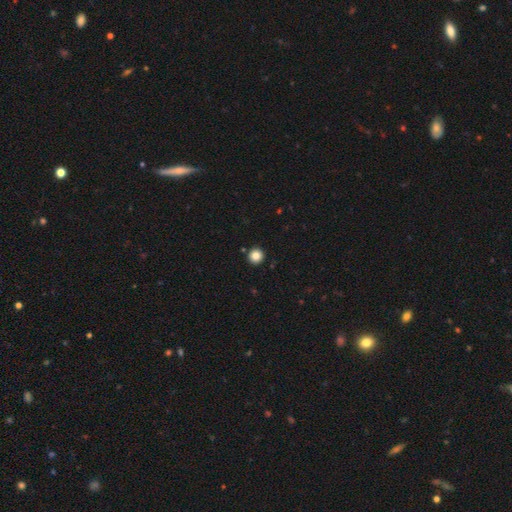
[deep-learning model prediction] Smooth or featured? Predicted: smooth (p=0.85). How rounded? Predicted: round (p=0.95). Merging? Predicted: none (p=0.92).